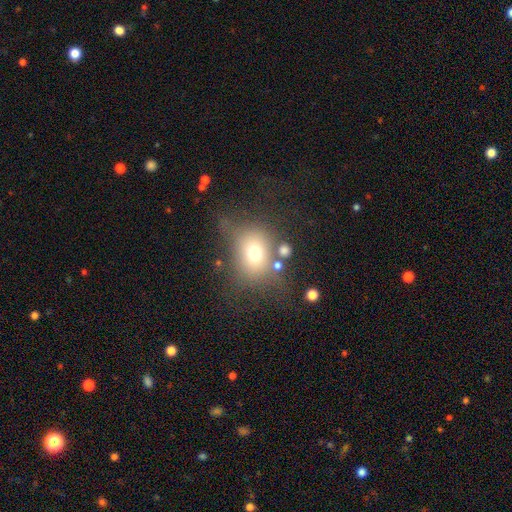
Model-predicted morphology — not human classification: Smooth or featured: smooth — 65% (featured or disk — 18%)
How rounded: round — 55% (in between — 43%)
Merging: none — 53% (minor disturbance — 22%)